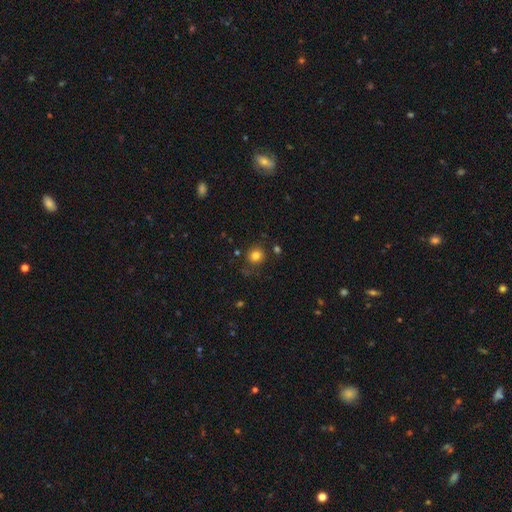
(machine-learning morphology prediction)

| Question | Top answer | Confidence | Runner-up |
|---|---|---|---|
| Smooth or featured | smooth | 81% | star or artifact (13%) |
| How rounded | round | 86% | in between (14%) |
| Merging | none | 82% | minor disturbance (11%) |